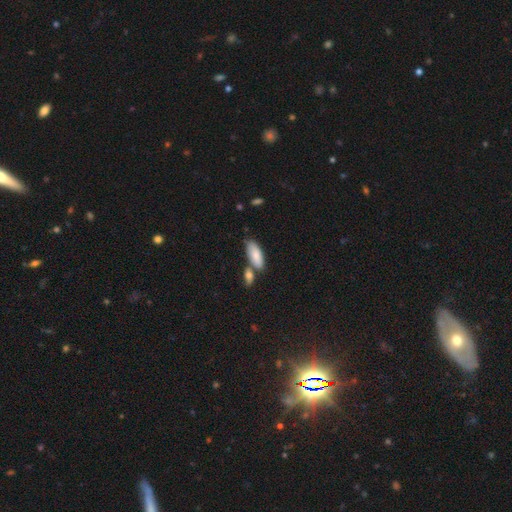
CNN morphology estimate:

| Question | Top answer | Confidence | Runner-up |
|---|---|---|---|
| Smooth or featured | smooth | 82% | featured or disk (12%) |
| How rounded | in between | 78% | cigar-shaped (20%) |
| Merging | none | 57% | merger (25%) |